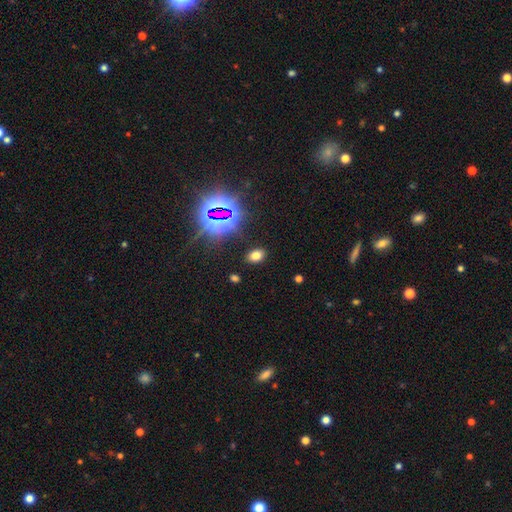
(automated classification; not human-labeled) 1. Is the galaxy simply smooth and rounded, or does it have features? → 67% smooth, 25% star or artifact, 8% featured or disk.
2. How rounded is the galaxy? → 83% in between, 16% round, 2% cigar-shaped.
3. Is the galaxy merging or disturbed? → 87% none, 8% minor disturbance, 3% major disturbance, 2% merger.